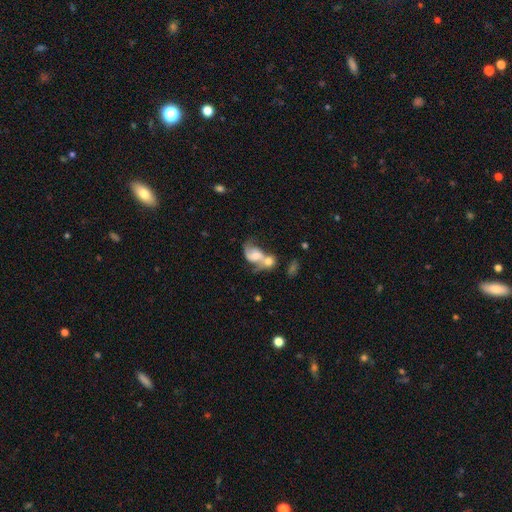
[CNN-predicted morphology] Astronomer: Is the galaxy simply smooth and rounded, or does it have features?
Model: featured or disk — 61%.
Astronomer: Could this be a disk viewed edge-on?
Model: no — 97%.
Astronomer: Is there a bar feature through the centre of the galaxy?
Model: no — 59%.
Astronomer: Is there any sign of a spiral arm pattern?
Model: yes — 82%.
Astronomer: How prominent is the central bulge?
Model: moderate — 46% (runner-up: small, 28%).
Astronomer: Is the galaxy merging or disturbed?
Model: merger — 67%.